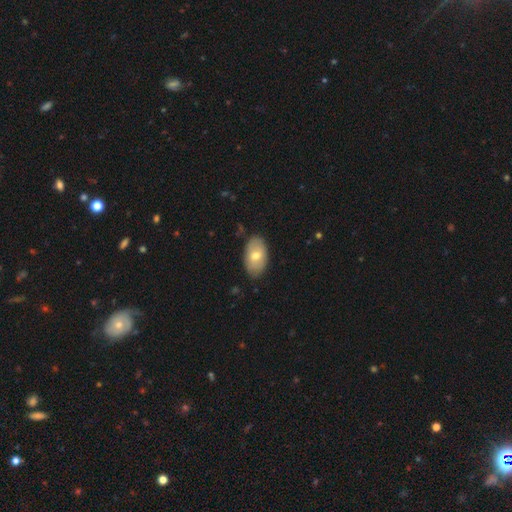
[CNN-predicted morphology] This is likely a smooth galaxy (67%). How rounded: clearly in between (94%). Merging: clearly none (83%).